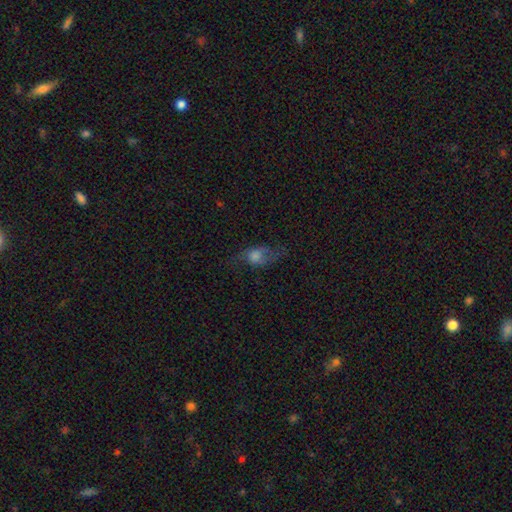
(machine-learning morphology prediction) smooth-or-featured: smooth: 51% | featured or disk: 35% | star or artifact: 15%
  how-rounded: in between: 65% | round: 23% | cigar-shaped: 12%
  merging: none: 54% | minor disturbance: 23% | major disturbance: 21% | merger: 2%